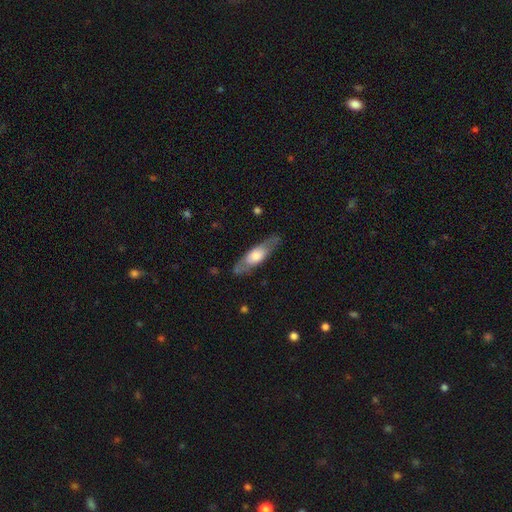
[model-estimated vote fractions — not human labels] Morphology: type=smooth (48%); merging=none (79%).